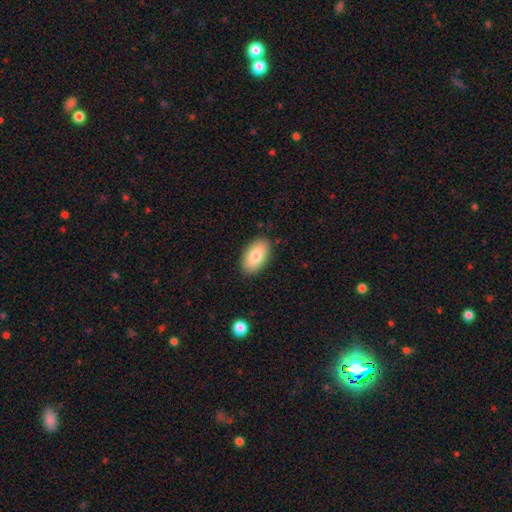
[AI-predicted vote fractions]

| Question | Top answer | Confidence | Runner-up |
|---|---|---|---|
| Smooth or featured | smooth | 80% | featured or disk (13%) |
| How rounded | in between | 94% | round (3%) |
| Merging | none | 87% | minor disturbance (10%) |